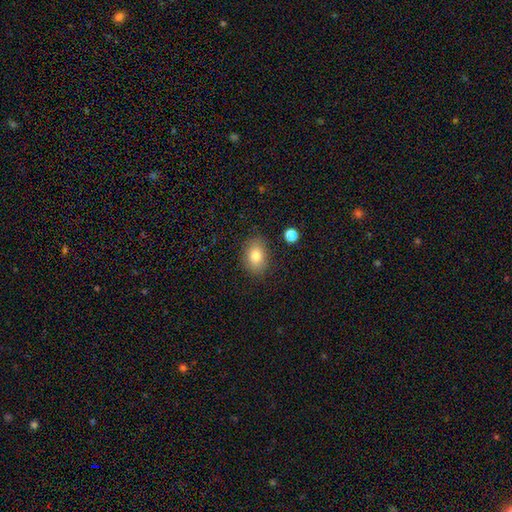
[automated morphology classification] Smooth or featured? Predicted: smooth (p=0.81). How rounded? Predicted: in between (p=0.79). Merging? Predicted: none (p=0.83).